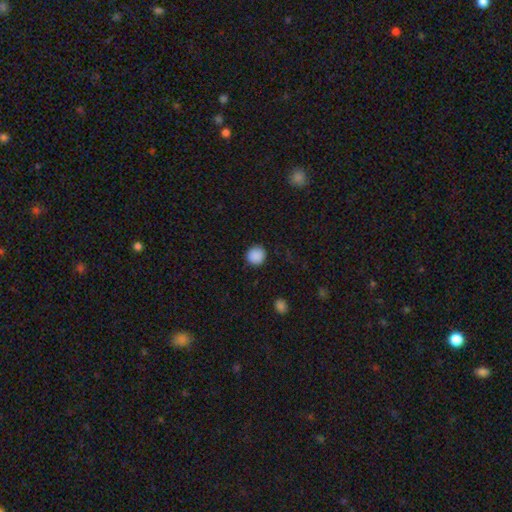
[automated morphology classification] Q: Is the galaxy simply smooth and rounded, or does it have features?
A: smooth — 89%.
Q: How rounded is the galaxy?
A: round — 92%.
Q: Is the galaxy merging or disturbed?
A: none — 91%.